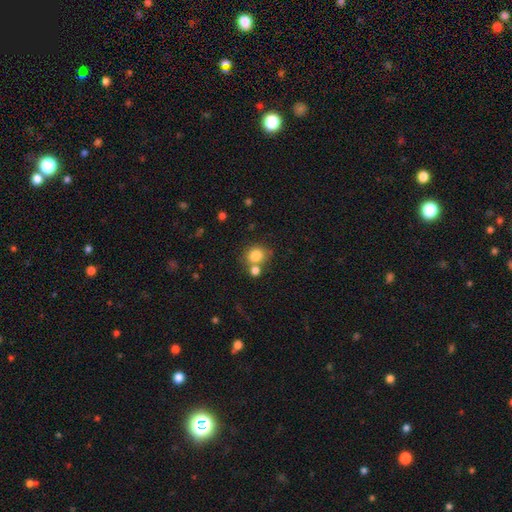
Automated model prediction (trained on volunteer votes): This is clearly a smooth galaxy (82%). How rounded: clearly round (81%). Merging: likely none (61%).